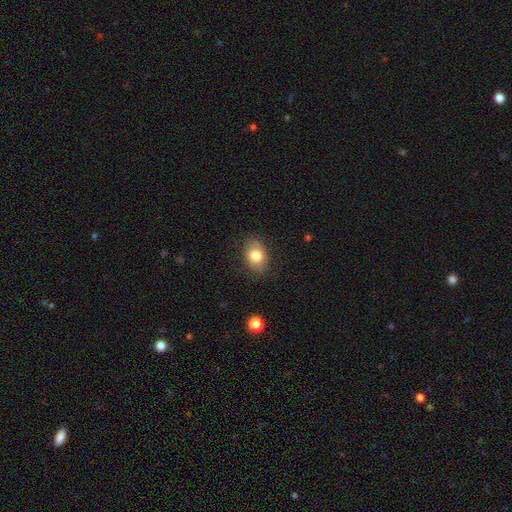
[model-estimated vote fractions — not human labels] Overall: smooth (80%). How rounded: in between (72%). Merging: none (81%).